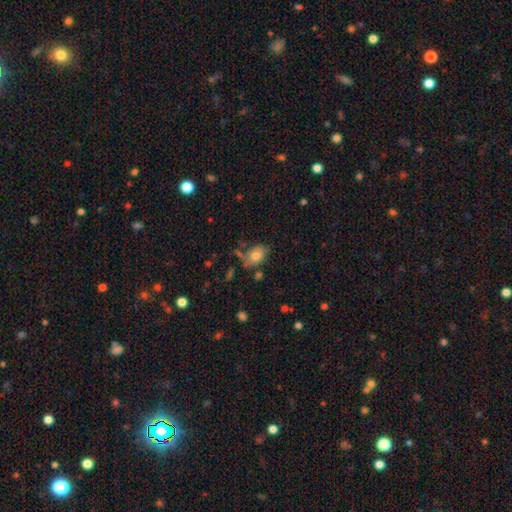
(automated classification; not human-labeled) smooth_or_featured: smooth (p=0.75) [alt: featured or disk p=0.16]
how_rounded: in between (p=0.76) [alt: round p=0.23]
merging: none (p=0.57) [alt: minor disturbance p=0.25]